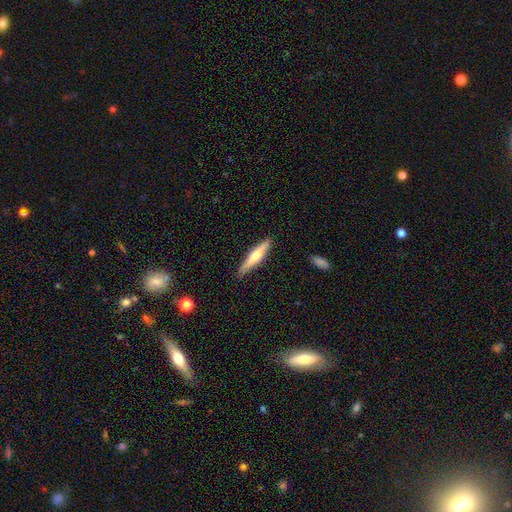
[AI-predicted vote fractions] This is possibly a smooth galaxy (47%, tied with featured or disk). Merging: clearly none (87%).